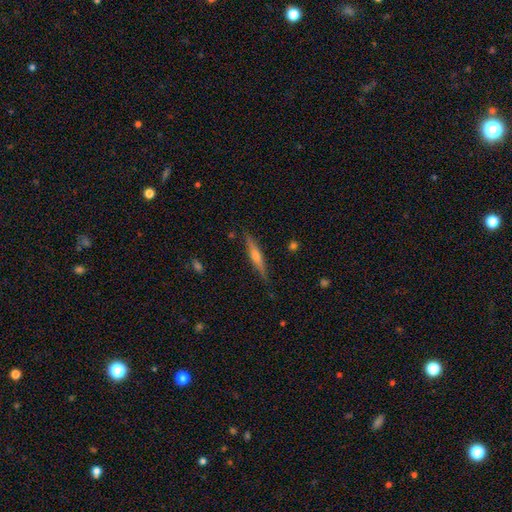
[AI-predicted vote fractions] Smooth or featured?
  - featured or disk: 67% *
  - smooth: 26%
  - star or artifact: 6%
Edge-on disk?
  - yes: 97% *
  - no: 3%
Edge-on bulge?
  - rounded: 85% *
  - none: 8%
  - boxy: 7%
Merging?
  - none: 88% *
  - minor disturbance: 9%
  - major disturbance: 2%
  - merger: 1%